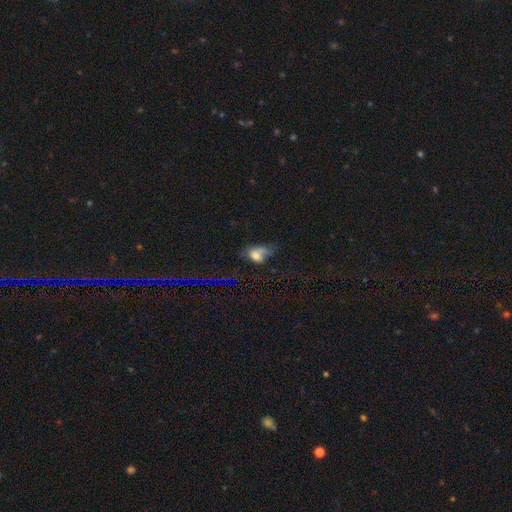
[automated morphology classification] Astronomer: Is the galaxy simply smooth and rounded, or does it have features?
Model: smooth — 62%.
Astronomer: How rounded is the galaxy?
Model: in between — 77%.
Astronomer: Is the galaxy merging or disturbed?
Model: major disturbance — 31% (runner-up: none, 29%).